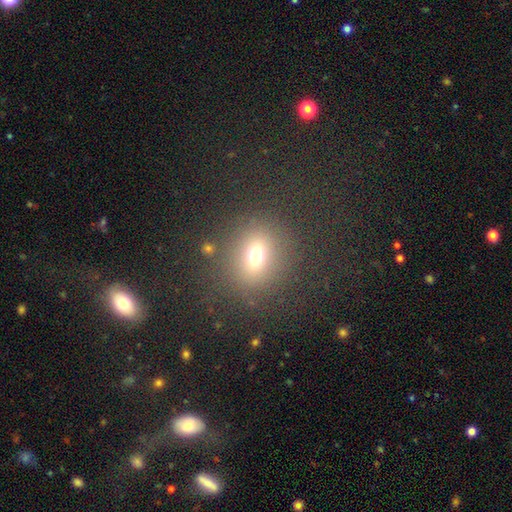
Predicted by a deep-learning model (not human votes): smooth_or_featured: smooth (p=0.69) [alt: star or artifact p=0.19]
how_rounded: round (p=0.64) [alt: in between p=0.34]
merging: none (p=0.81) [alt: minor disturbance p=0.10]